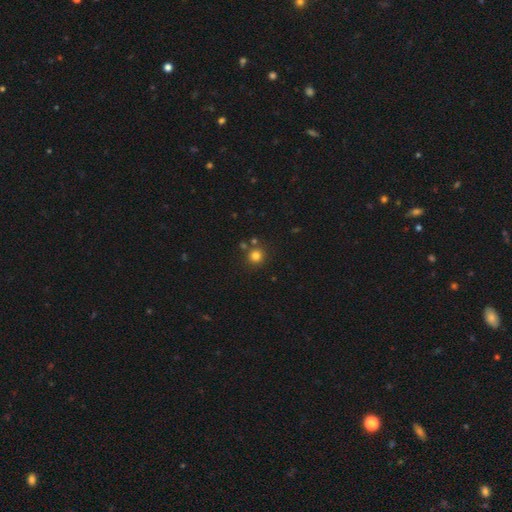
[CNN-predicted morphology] This appears to be a smooth galaxy with no disk features (80%) that is round (93%). Merging: none (80%).